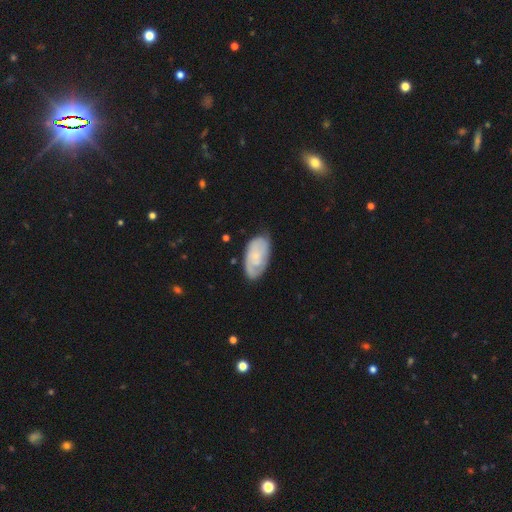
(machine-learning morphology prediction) This appears to be a featured or disk galaxy (55%) with no bar (77%), spiral arms (78%) and a small central bulge (70%). Merging: none (72%).